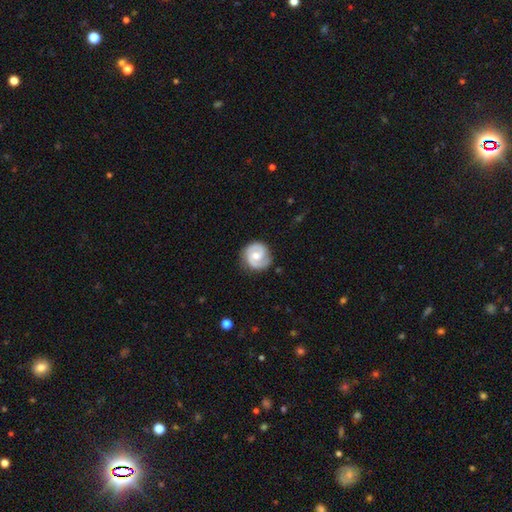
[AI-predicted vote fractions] Smooth or featured?
  - featured or disk: 84% *
  - smooth: 12%
  - star or artifact: 4%
Edge-on disk?
  - no: 98% *
  - yes: 2%
Bar?
  - no: 49% *
  - weak: 41%
  - strong: 9%
Spiral arms?
  - yes: 96% *
  - no: 4%
Spiral winding?
  - tight: 49% *
  - medium: 42%
  - loose: 9%
Spiral arm count?
  - 2: 89% *
  - 1: 4%
  - can't tell: 4%
  - 3: 2%
  - 4: 1%
  - more than 4: 1%
Bulge size?
  - moderate: 64% *
  - small: 30%
  - large: 3%
  - none: 2%
  - dominant: 1%
Merging?
  - none: 82% *
  - minor disturbance: 13%
  - major disturbance: 4%
  - merger: 1%